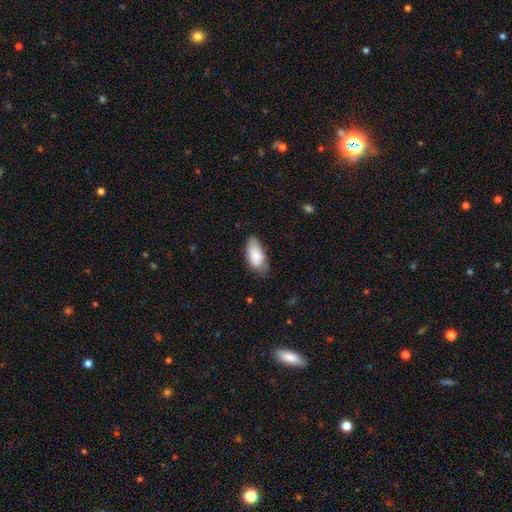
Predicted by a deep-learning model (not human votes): smooth 85%, featured or disk 8%, star or artifact 7%. Down the decision tree: how rounded — in between (90%); merging — none (66%).